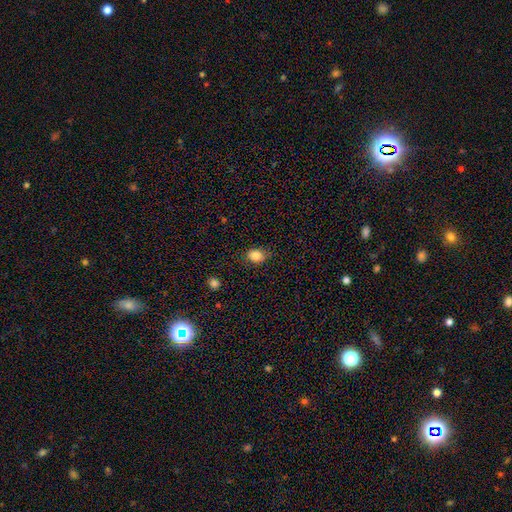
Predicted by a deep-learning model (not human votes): This is clearly a smooth galaxy (85%). How rounded: likely in between (63%). Merging: likely none (79%).